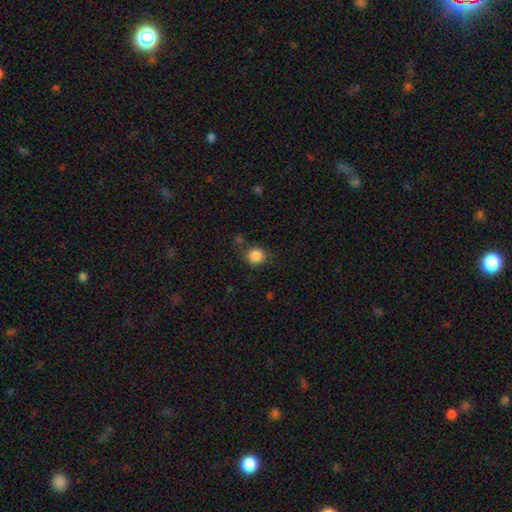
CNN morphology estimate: This is clearly a smooth galaxy (86%). How rounded: clearly round (84%). Merging: likely none (73%).